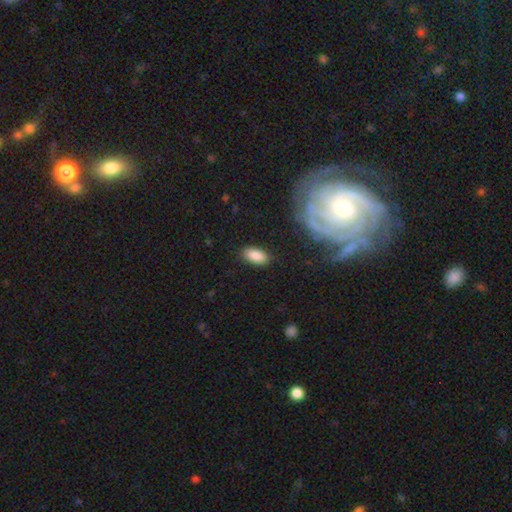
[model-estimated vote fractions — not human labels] Smooth or featured?
  - smooth: 87% *
  - star or artifact: 7%
  - featured or disk: 6%
How rounded?
  - in between: 92% *
  - cigar-shaped: 5%
  - round: 3%
Merging?
  - none: 85% *
  - minor disturbance: 11%
  - major disturbance: 3%
  - merger: 2%